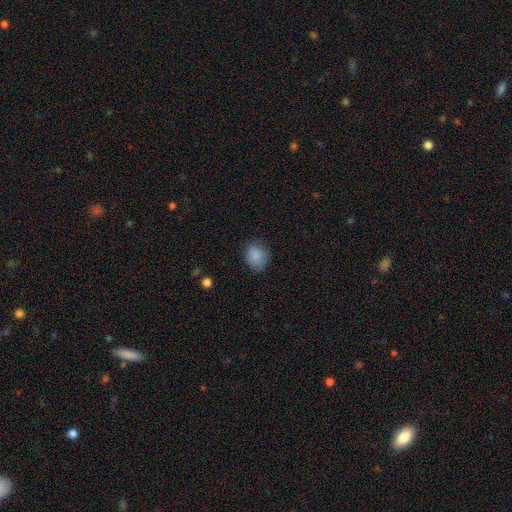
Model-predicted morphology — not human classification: Q: Smooth or featured?
A: smooth (87%); runner-up: star or artifact (9%)
Q: How rounded?
A: round (60%); runner-up: in between (39%)
Q: Merging?
A: none (78%); runner-up: minor disturbance (17%)